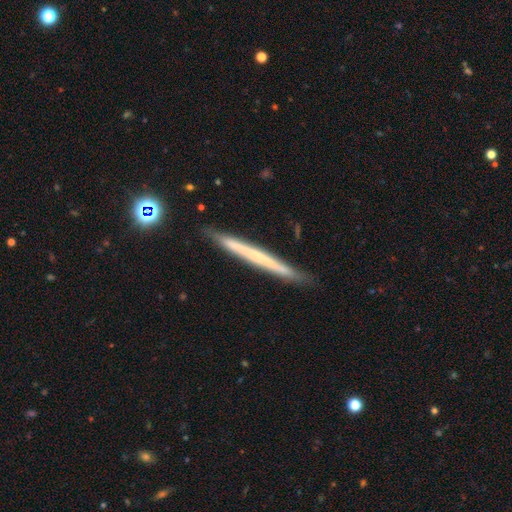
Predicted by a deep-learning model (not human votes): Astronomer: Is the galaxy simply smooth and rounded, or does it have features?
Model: featured or disk — 50% (runner-up: smooth, 44%).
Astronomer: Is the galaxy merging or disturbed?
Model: none — 88%.